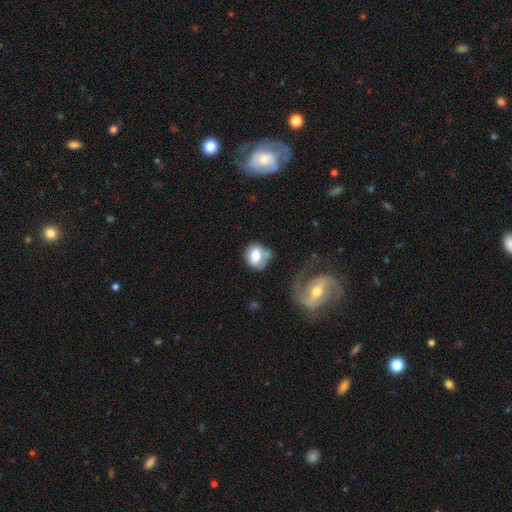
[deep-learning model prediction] Overall: smooth (68%). How rounded: round (56%; in between 42%). Merging: none (41%; merger 23%).